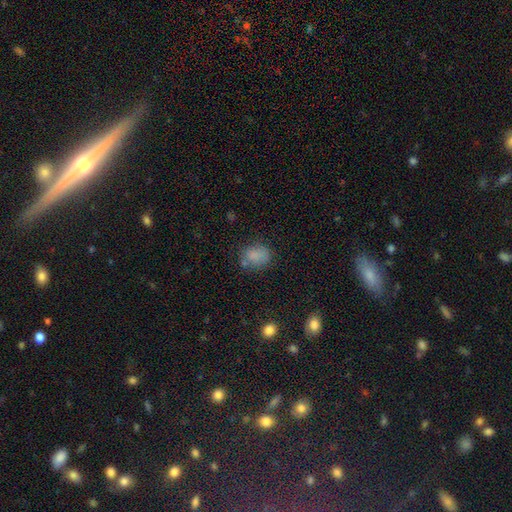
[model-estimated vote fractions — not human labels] Smooth or featured? smooth (80%)
How rounded? in between (61%)
Merging? none (65%)